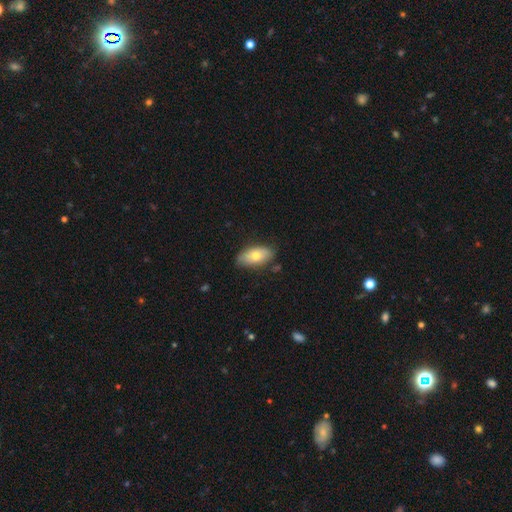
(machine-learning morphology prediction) The model was most divided on "smooth or featured": smooth: 70%, featured or disk: 23%, star or artifact: 7%. More confident: how rounded — in between (90%); merging — none (79%).